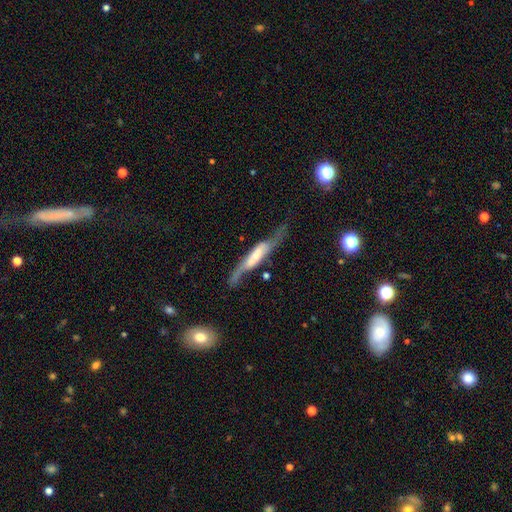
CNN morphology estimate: Smooth or featured?
  - featured or disk: 71% *
  - smooth: 23%
  - star or artifact: 6%
Edge-on disk?
  - no: 57% *
  - yes: 43%
Merging?
  - none: 44% *
  - major disturbance: 26%
  - minor disturbance: 25%
  - merger: 5%